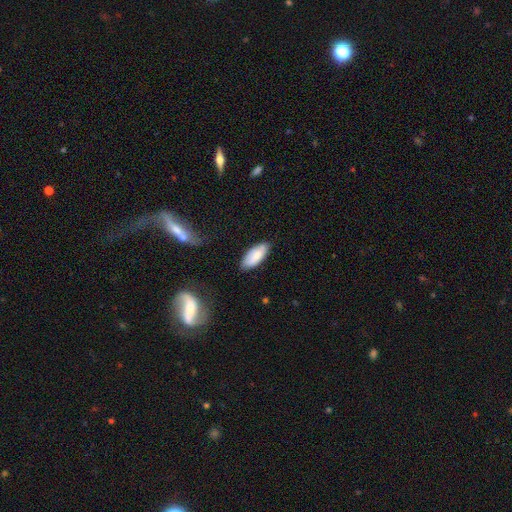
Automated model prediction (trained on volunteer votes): Overall: smooth (78%). How rounded: in between (82%). Merging: none (80%).